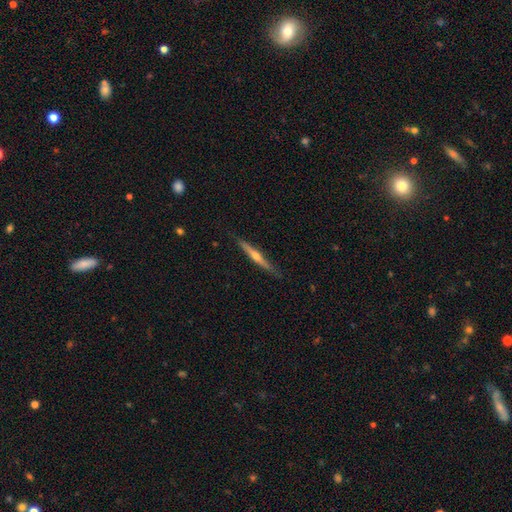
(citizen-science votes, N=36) This is likely a featured or disk galaxy (78%). It is clearly viewed edge-on (100%). Edge-on bulge: clearly rounded (89%). Merging: clearly none (91%).